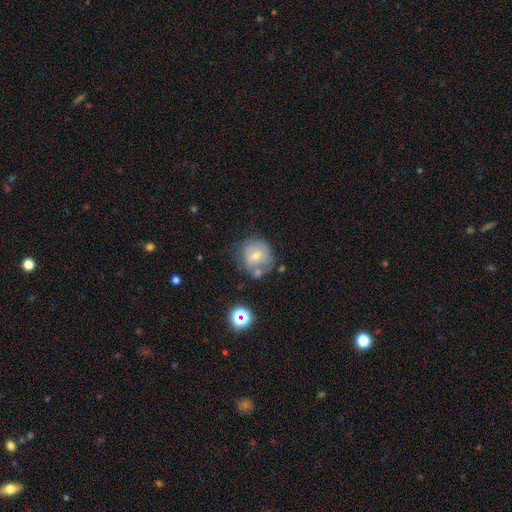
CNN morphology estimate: This is possibly a featured or disk galaxy (48%). Merging: possibly none (52%).